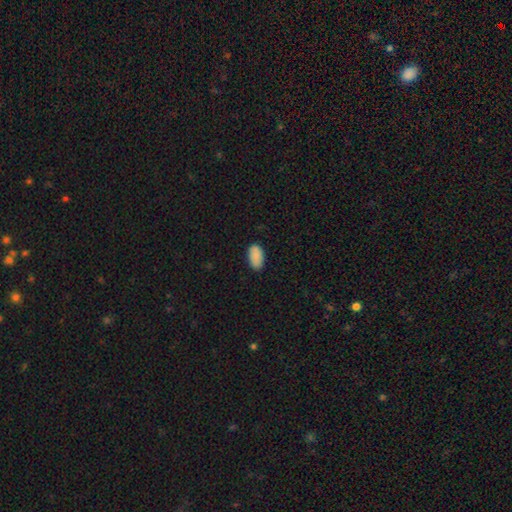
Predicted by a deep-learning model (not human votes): Smooth or featured? Predicted: smooth (p=0.89). How rounded? Predicted: in between (p=0.95). Merging? Predicted: none (p=0.85).